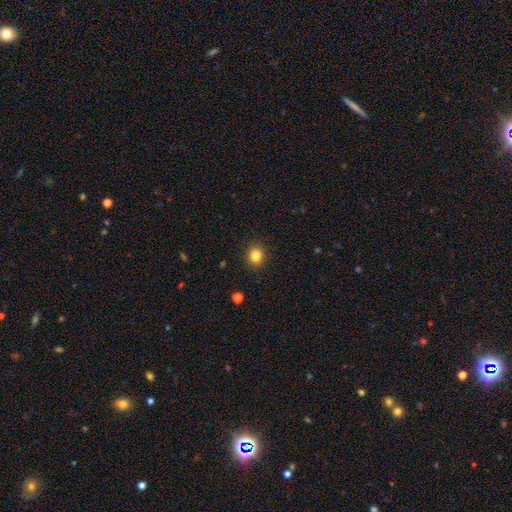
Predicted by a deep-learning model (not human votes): Smooth or featured? Predicted: smooth (p=0.83). How rounded? Predicted: round (p=0.74). Merging? Predicted: none (p=0.90).